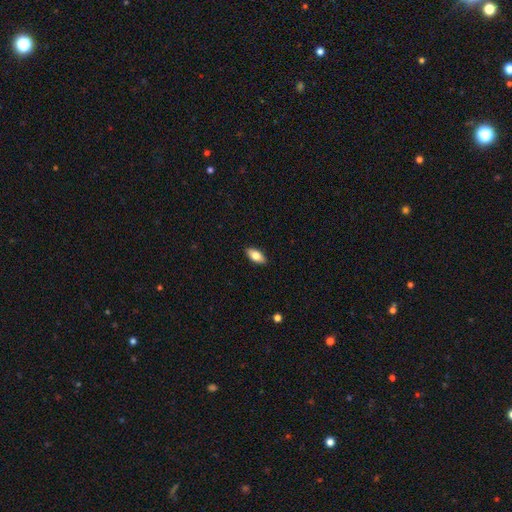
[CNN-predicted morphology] smooth_or_featured: smooth (p=0.77) [alt: featured or disk p=0.17]
how_rounded: in between (p=0.88) [alt: cigar-shaped p=0.09]
merging: none (p=0.90) [alt: minor disturbance p=0.07]